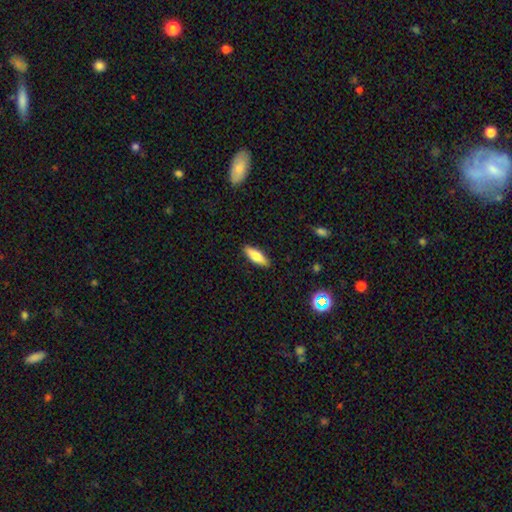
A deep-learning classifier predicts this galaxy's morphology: smooth_or_featured: smooth (p=0.76) [alt: featured or disk p=0.17]
how_rounded: in between (p=0.60) [alt: cigar-shaped p=0.38]
merging: none (p=0.88) [alt: minor disturbance p=0.09]